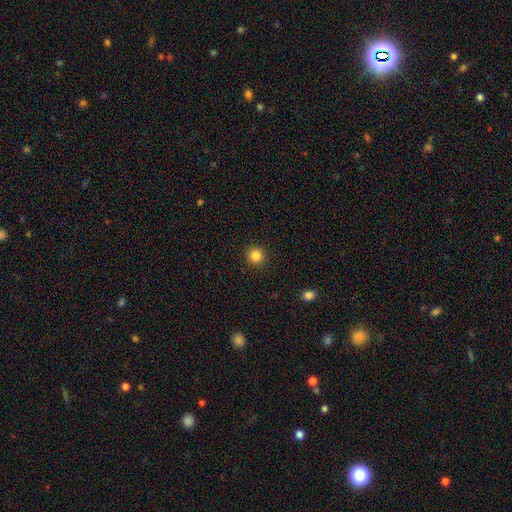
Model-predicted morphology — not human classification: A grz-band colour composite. It shows a smooth galaxy with no disk features (84%) that is round (95%). Merging: none (93%).